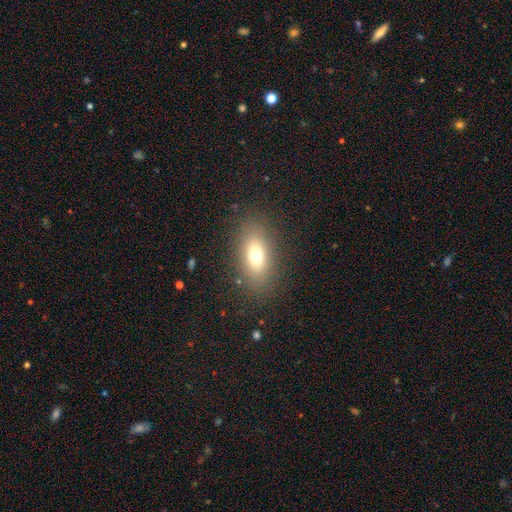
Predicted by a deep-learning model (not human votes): smooth_or_featured: smooth (p=0.72) [alt: featured or disk p=0.16]
how_rounded: in between (p=0.83) [alt: round p=0.09]
merging: none (p=0.84) [alt: minor disturbance p=0.10]